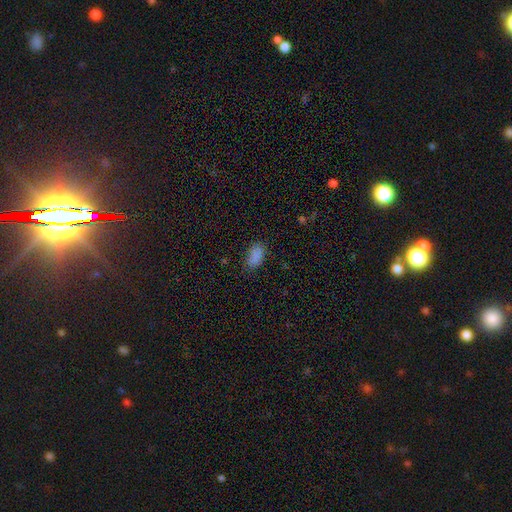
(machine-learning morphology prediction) A smooth galaxy with no disk features (86%) that is in between round and cigar-shaped (93%). Merging: none (80%).